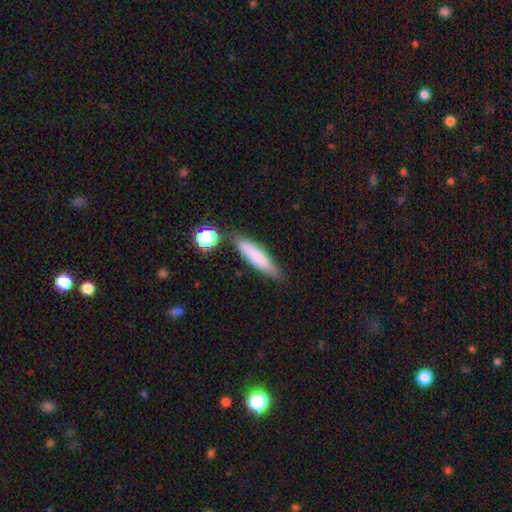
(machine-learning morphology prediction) smooth 77%, featured or disk 16%, star or artifact 7%. Down the decision tree: how rounded — cigar-shaped (77%); merging — none (77%).